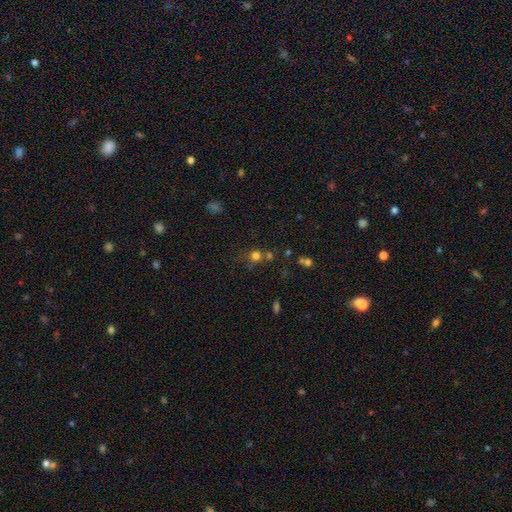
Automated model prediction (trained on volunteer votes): Smooth or featured? smooth (71%)
How rounded? round (87%)
Merging? none (58%)